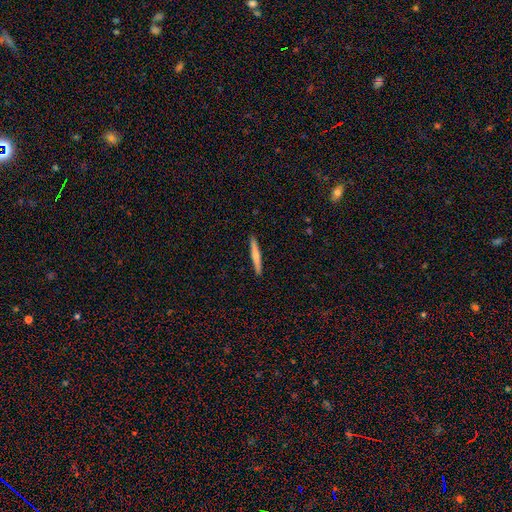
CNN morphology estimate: smooth-or-featured: smooth: 63% | featured or disk: 32% | star or artifact: 5%
  how-rounded: cigar-shaped: 96% | in between: 3% | round: 1%
  merging: none: 92% | minor disturbance: 6% | major disturbance: 1% | merger: 1%